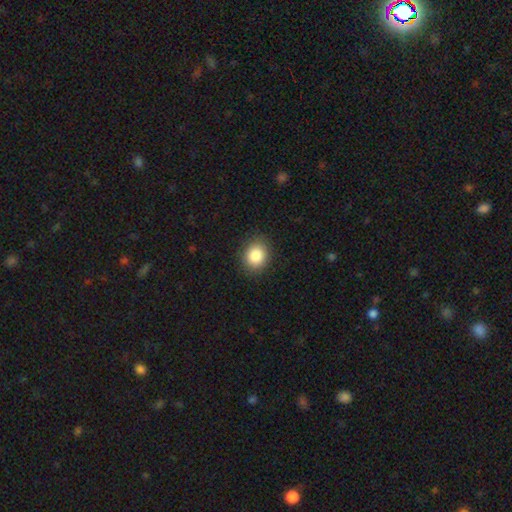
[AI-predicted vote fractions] Overall: smooth (86%). How rounded: round (68%; in between 32%). Merging: none (88%).